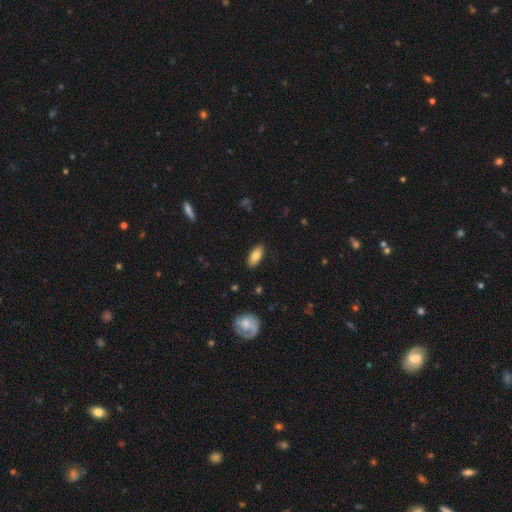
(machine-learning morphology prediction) Smooth or featured?
  - smooth: 81% *
  - featured or disk: 12%
  - star or artifact: 7%
How rounded?
  - in between: 89% *
  - cigar-shaped: 8%
  - round: 3%
Merging?
  - none: 88% *
  - minor disturbance: 9%
  - major disturbance: 2%
  - merger: 1%